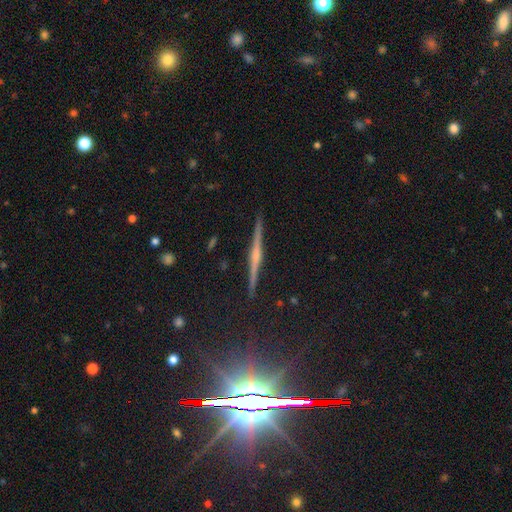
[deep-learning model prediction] Q: Smooth or featured?
A: featured or disk (76%); runner-up: star or artifact (13%)
Q: Edge-on disk?
A: yes (98%); runner-up: no (2%)
Q: Edge-on bulge?
A: rounded (73%); runner-up: none (15%)
Q: Merging?
A: none (91%); runner-up: minor disturbance (6%)